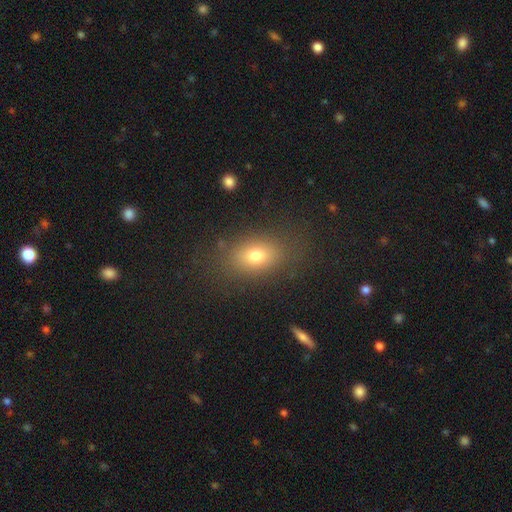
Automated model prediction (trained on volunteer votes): Q: Smooth or featured?
A: smooth (73%); runner-up: star or artifact (13%)
Q: How rounded?
A: in between (74%); runner-up: round (23%)
Q: Merging?
A: none (80%); runner-up: minor disturbance (12%)